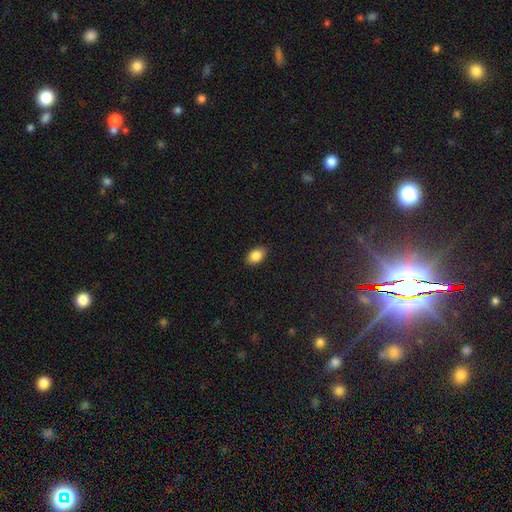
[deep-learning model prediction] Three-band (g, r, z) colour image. It shows a smooth galaxy with no disk features (86%) that is in between round and cigar-shaped (87%). Merging: none (88%).